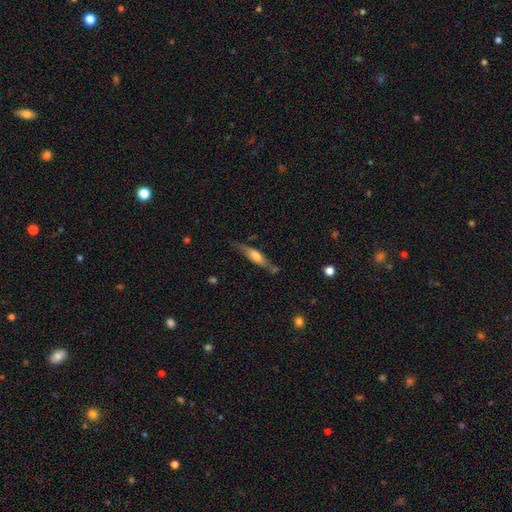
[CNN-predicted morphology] A featured or disk galaxy (52%) viewed edge-on (84%).

Vote fractions:
- Smooth or featured? featured or disk: 52% / smooth: 41% / star or artifact: 7%
- Edge-on disk? yes: 84% / no: 16%
- Merging? none: 67% / minor disturbance: 21% / major disturbance: 6% / merger: 6%